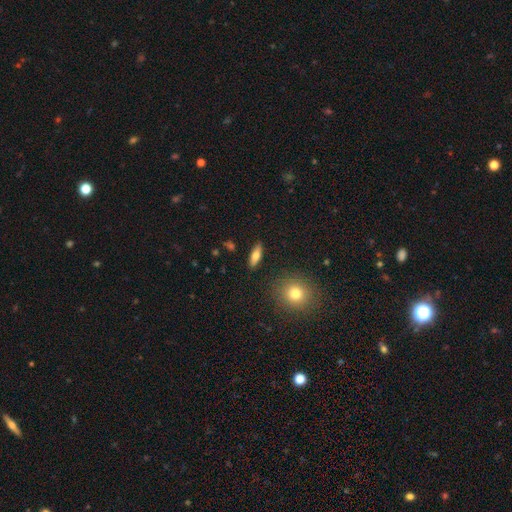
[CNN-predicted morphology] Q: Smooth or featured?
A: smooth (66%); runner-up: featured or disk (26%)
Q: How rounded?
A: in between (60%); runner-up: cigar-shaped (36%)
Q: Merging?
A: none (89%); runner-up: minor disturbance (8%)